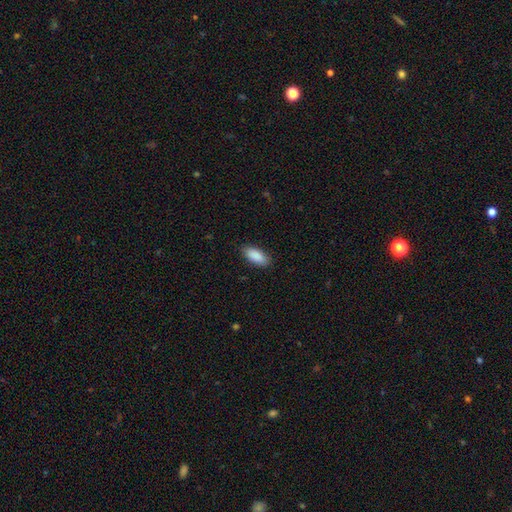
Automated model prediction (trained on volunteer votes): smooth_or_featured: smooth (p=0.90) [alt: star or artifact p=0.06]
how_rounded: in between (p=0.86) [alt: cigar-shaped p=0.12]
merging: none (p=0.87) [alt: minor disturbance p=0.10]